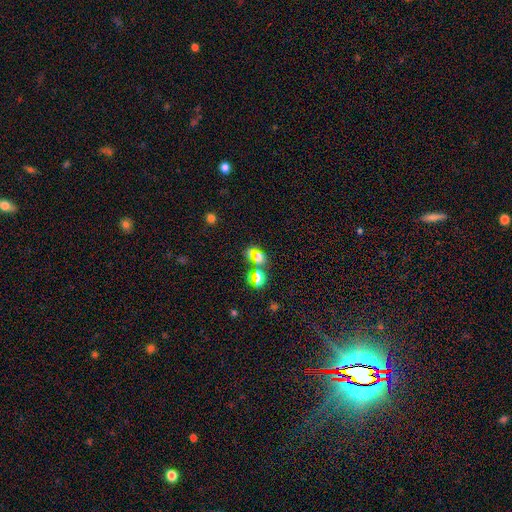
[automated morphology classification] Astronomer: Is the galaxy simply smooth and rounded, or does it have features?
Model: smooth — 56%.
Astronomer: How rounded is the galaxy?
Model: in between — 56% (runner-up: round, 42%).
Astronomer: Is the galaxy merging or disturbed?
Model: none — 44% (runner-up: merger, 38%).